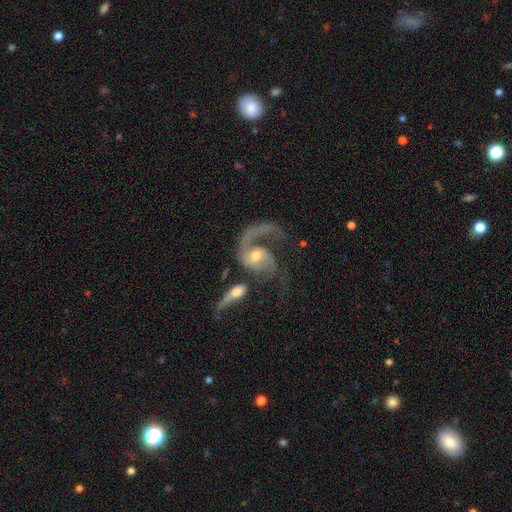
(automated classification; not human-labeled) Q: Smooth or featured?
A: featured or disk (85%); runner-up: smooth (9%)
Q: Edge-on disk?
A: no (97%); runner-up: yes (3%)
Q: Bar?
A: no (60%); runner-up: weak (32%)
Q: Spiral arms?
A: yes (93%); runner-up: no (7%)
Q: Spiral winding?
A: loose (53%); runner-up: medium (35%)
Q: Spiral arm count?
A: 1 (56%); runner-up: 2 (34%)
Q: Bulge size?
A: moderate (51%); runner-up: small (42%)
Q: Merging?
A: major disturbance (34%); runner-up: merger (29%)